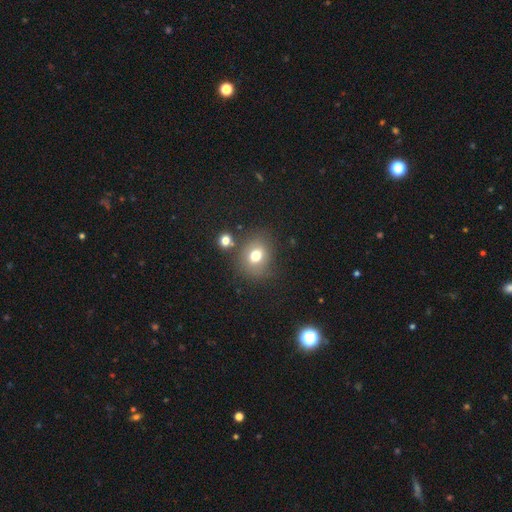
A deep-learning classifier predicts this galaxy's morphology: smooth 72%, star or artifact 14%, featured or disk 14%. Down the decision tree: how rounded — round (64%); merging — none (72%).